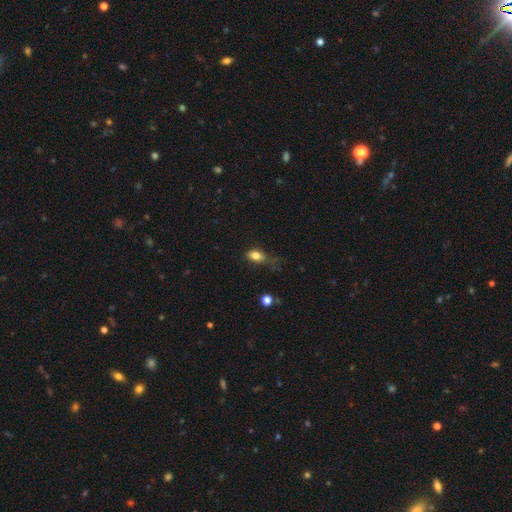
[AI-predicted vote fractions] This is clearly a smooth galaxy (81%). How rounded: likely in between (80%). Merging: possibly none (46%).